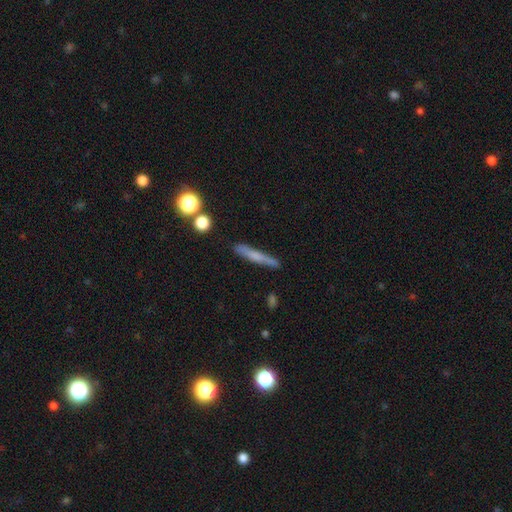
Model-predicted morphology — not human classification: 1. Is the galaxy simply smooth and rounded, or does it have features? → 57% smooth, 34% featured or disk, 9% star or artifact.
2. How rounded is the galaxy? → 92% cigar-shaped, 5% in between, 3% round.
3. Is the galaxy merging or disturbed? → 83% none, 11% minor disturbance, 3% merger, 3% major disturbance.